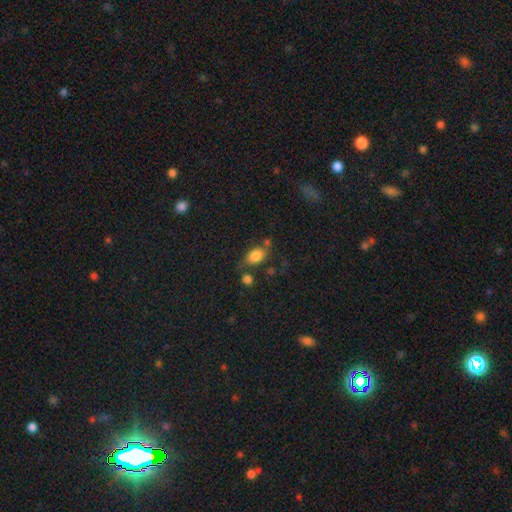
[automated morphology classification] Smooth or featured? smooth (82%)
How rounded? in between (84%)
Merging? none (60%)